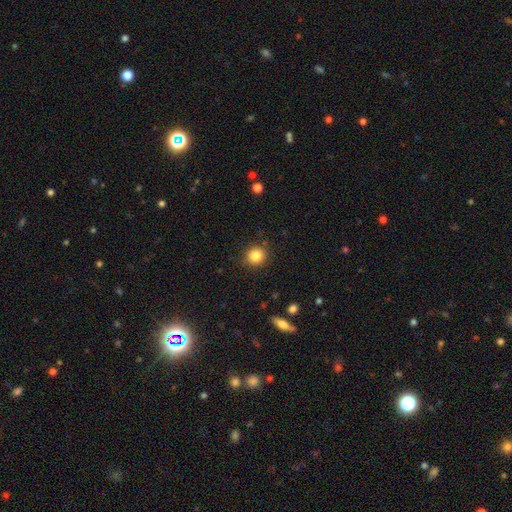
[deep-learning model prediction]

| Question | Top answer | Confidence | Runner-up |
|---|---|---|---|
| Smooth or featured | smooth | 85% | star or artifact (10%) |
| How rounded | round | 88% | in between (11%) |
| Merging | none | 86% | minor disturbance (9%) |